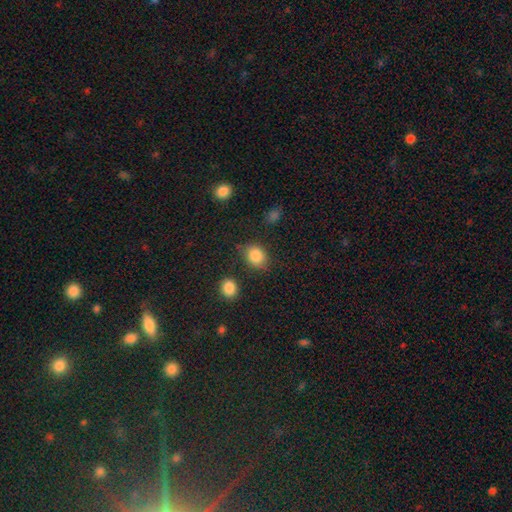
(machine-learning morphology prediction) type=smooth (86%); roundness=round (50%); merging=none (76%).